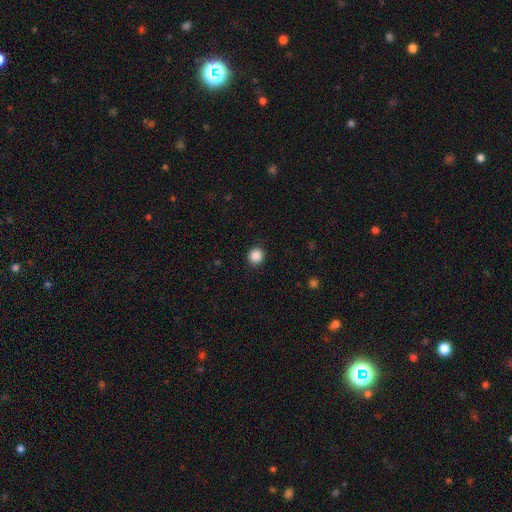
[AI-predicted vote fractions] Q: Smooth or featured?
A: smooth (88%); runner-up: star or artifact (10%)
Q: How rounded?
A: round (91%); runner-up: in between (8%)
Q: Merging?
A: none (91%); runner-up: minor disturbance (6%)